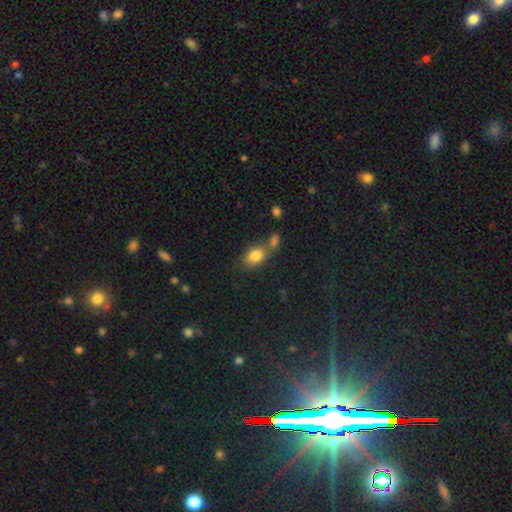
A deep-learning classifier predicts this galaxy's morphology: smooth-or-featured: smooth: 81% | star or artifact: 10% | featured or disk: 9%
  how-rounded: in between: 79% | round: 19% | cigar-shaped: 2%
  merging: none: 51% | merger: 29% | minor disturbance: 15% | major disturbance: 5%